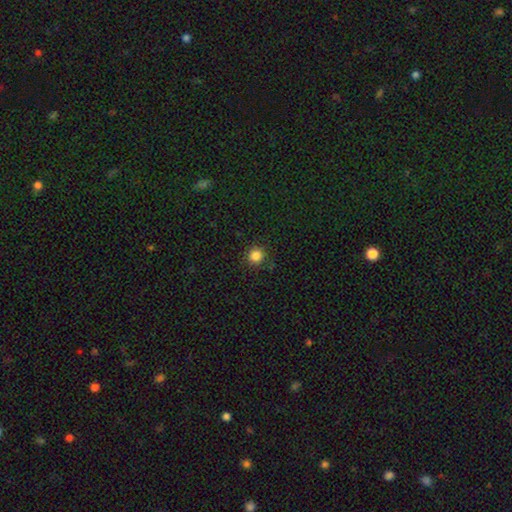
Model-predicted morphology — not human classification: A smooth galaxy with no disk features (84%) that is round (93%). Merging: none (88%).